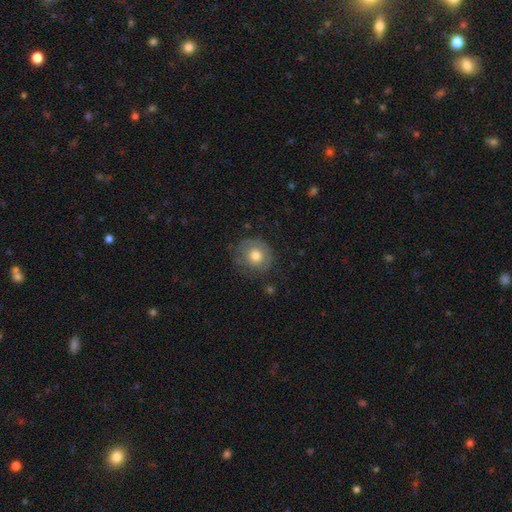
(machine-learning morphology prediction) Smooth or featured: smooth — 70% (featured or disk — 22%)
How rounded: round — 87% (in between — 12%)
Merging: none — 72% (minor disturbance — 19%)